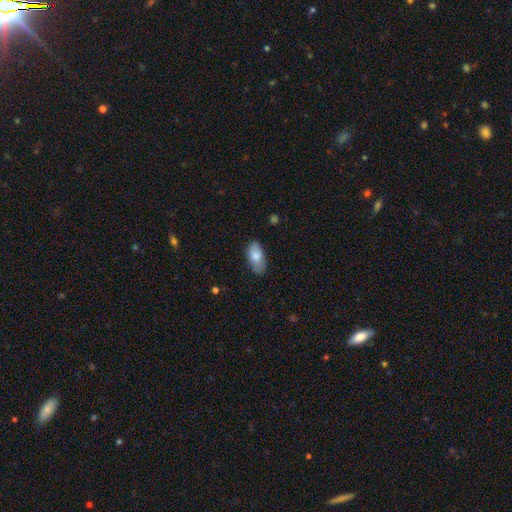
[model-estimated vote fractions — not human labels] Smooth or featured? Predicted: smooth (p=0.77). How rounded? Predicted: in between (p=0.92). Merging? Predicted: none (p=0.72).